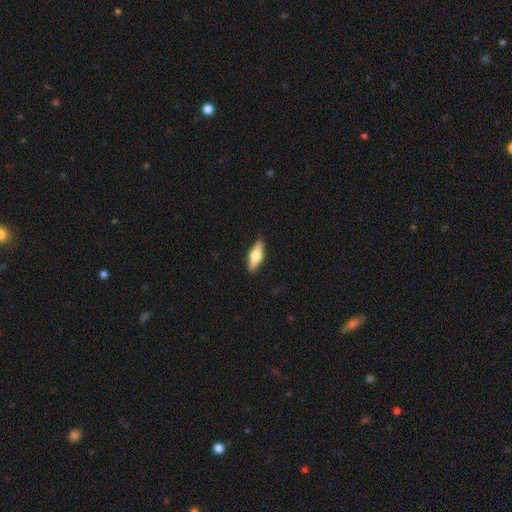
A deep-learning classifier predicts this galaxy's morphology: smooth-or-featured: featured or disk: 49% | smooth: 45% | star or artifact: 6%
  merging: none: 89% | minor disturbance: 8% | major disturbance: 2% | merger: 1%